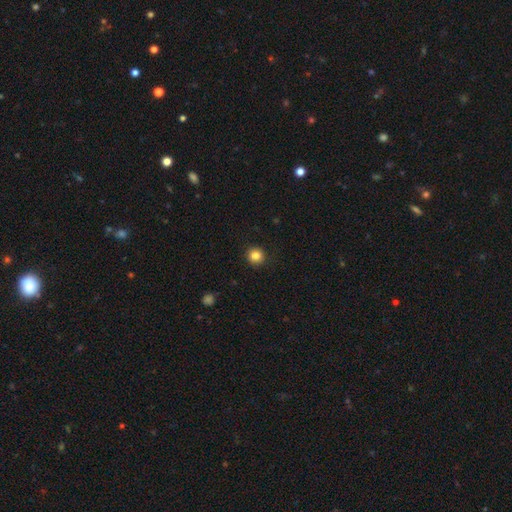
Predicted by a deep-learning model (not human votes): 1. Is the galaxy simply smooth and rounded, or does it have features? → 84% smooth, 11% star or artifact, 5% featured or disk.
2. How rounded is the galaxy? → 94% round, 5% in between, 1% cigar-shaped.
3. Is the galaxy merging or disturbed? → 91% none, 6% minor disturbance, 2% major disturbance, 1% merger.